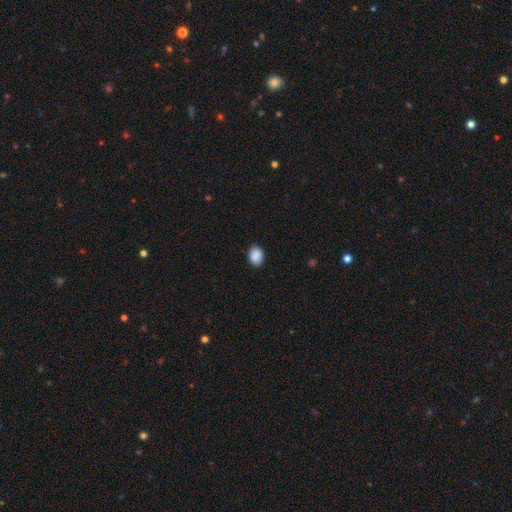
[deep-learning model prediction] Overall: smooth (90%). How rounded: in between (65%; round 34%). Merging: none (89%).